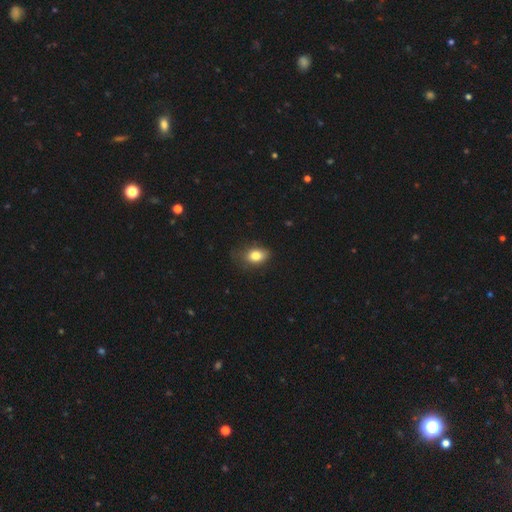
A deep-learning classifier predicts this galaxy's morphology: A smooth galaxy with no disk features (80%) that is in between round and cigar-shaped (76%).

Vote fractions:
- Smooth or featured? smooth: 80% / star or artifact: 10% / featured or disk: 10%
- How rounded? in between: 76% / round: 22% / cigar-shaped: 2%
- Merging? none: 65% / minor disturbance: 26% / major disturbance: 7% / merger: 1%